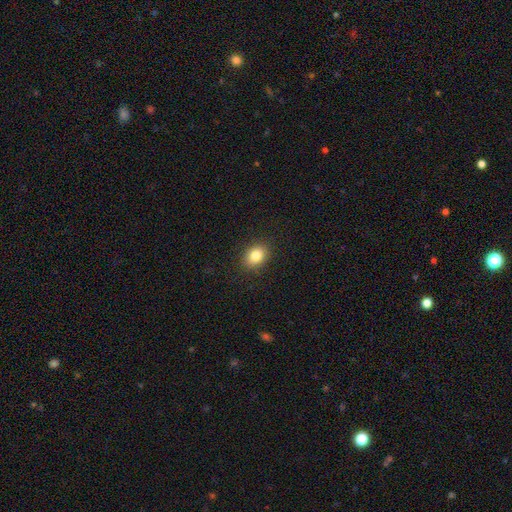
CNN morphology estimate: A smooth galaxy with no disk features (83%) that is in between round and cigar-shaped (63%). Merging: none (89%).